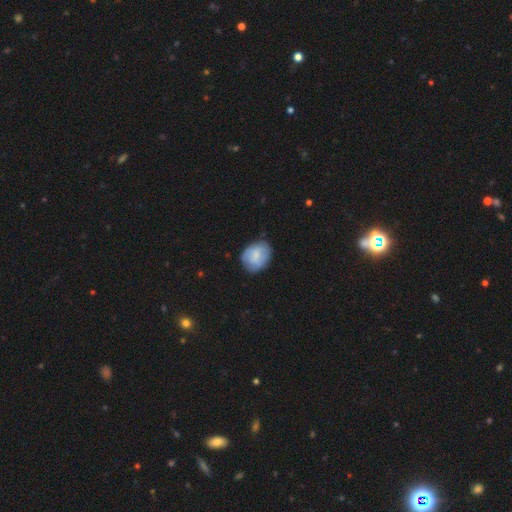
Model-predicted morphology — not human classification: type=smooth (72%); roundness=in between (59%); merging=none (70%).